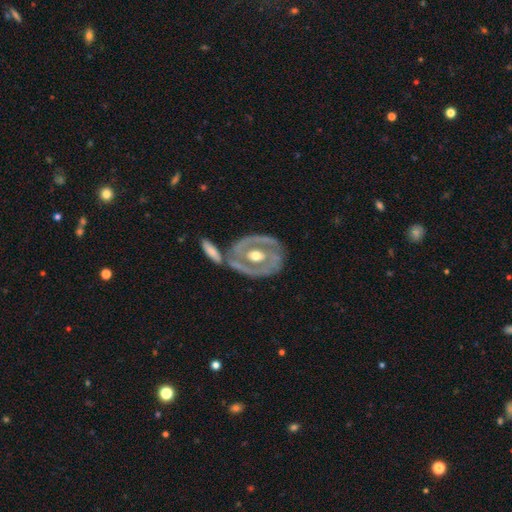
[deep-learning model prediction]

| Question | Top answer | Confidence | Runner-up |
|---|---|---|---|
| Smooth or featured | featured or disk | 78% | smooth (18%) |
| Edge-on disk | no | 94% | yes (6%) |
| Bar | no | 52% | weak (29%) |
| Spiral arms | yes | 52% | no (48%) |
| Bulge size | moderate | 77% | small (11%) |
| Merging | none | 58% | minor disturbance (18%) |